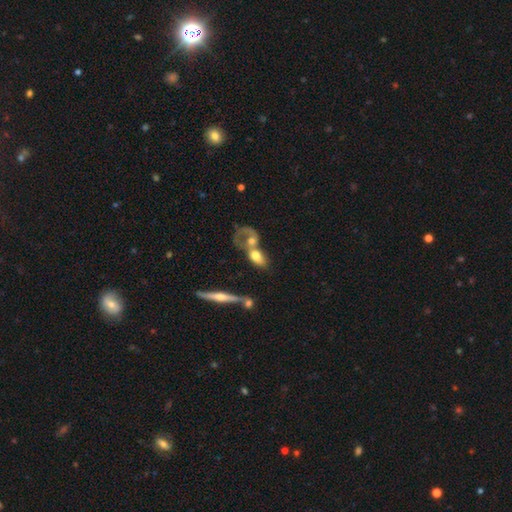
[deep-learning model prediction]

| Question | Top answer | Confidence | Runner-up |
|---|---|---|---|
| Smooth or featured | smooth | 53% | featured or disk (38%) |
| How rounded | in between | 75% | round (17%) |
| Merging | merger | 61% | none (19%) |